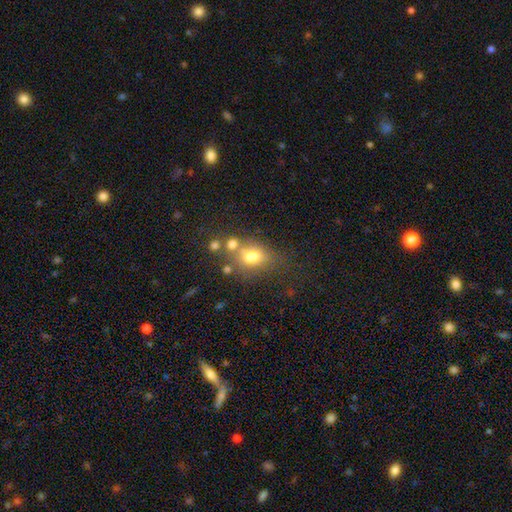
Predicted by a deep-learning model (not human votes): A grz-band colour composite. It shows a smooth galaxy with no disk features (62%) that is in between round and cigar-shaped (51%). Merging: none (55%).